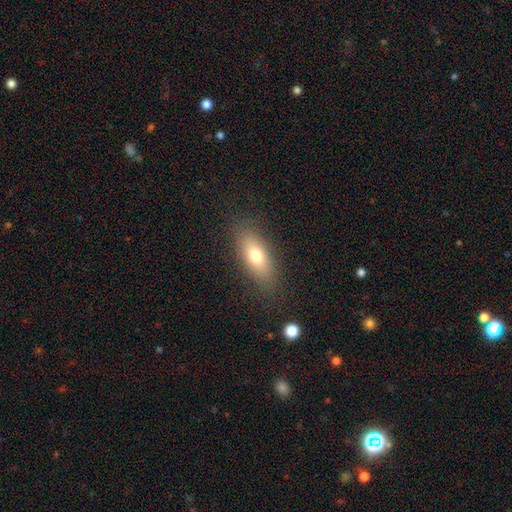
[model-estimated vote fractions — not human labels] Smooth or featured: smooth — 73% (featured or disk — 19%)
How rounded: in between — 74% (cigar-shaped — 21%)
Merging: none — 85% (minor disturbance — 11%)